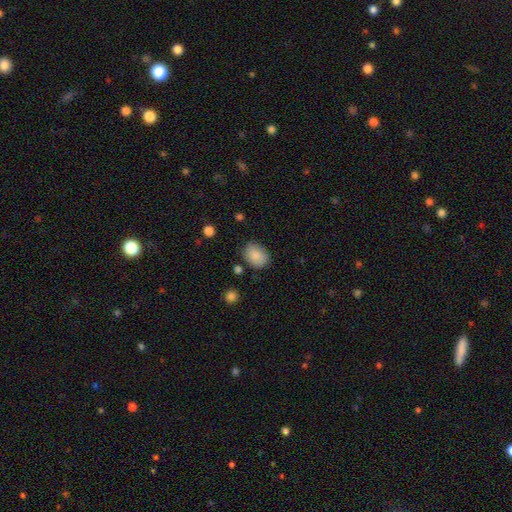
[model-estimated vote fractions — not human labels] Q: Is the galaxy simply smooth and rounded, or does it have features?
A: smooth — 87%.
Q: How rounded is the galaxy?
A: in between — 66%.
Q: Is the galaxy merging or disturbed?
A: none — 76%.